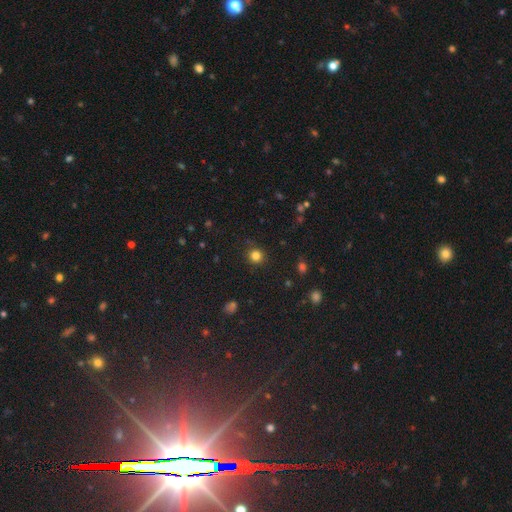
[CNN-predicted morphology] A smooth galaxy with no disk features (81%) that is round (92%).

Vote fractions:
- Smooth or featured? smooth: 81% / star or artifact: 14% / featured or disk: 5%
- How rounded? round: 92% / in between: 7% / cigar-shaped: 1%
- Merging? none: 89% / minor disturbance: 8% / major disturbance: 3% / merger: 1%